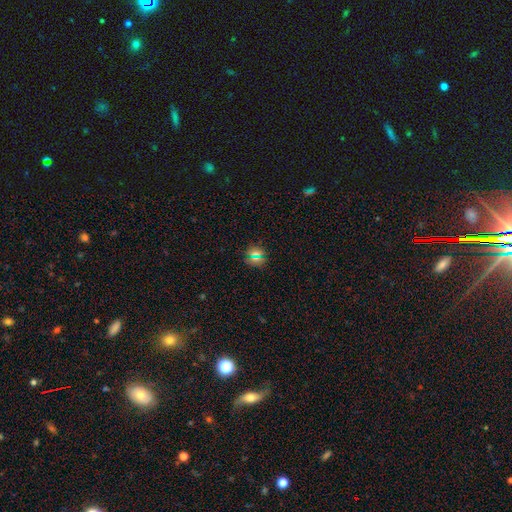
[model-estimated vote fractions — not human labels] Smooth or featured? Predicted: smooth (p=0.63). How rounded? Predicted: round (p=0.86). Merging? Predicted: none (p=0.86).